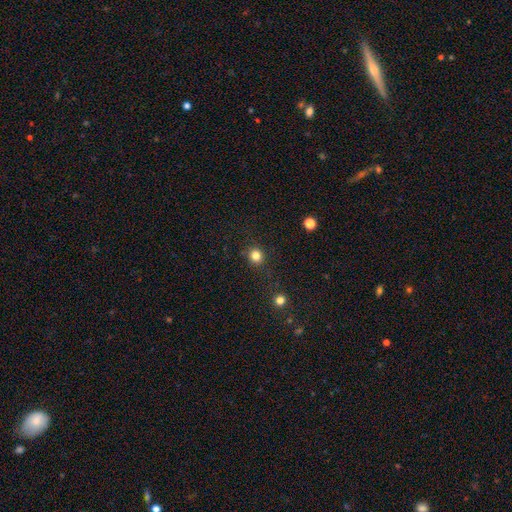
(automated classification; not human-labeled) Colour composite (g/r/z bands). It shows a smooth galaxy with no disk features (82%) that is round (89%). Merging: none (88%).